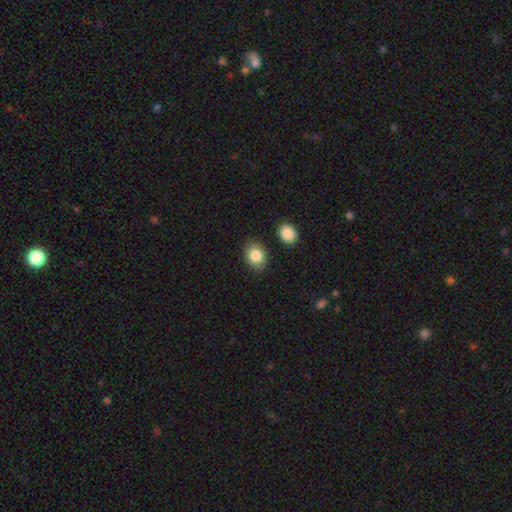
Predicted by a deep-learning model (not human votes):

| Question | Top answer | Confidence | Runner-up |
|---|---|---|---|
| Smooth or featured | smooth | 86% | star or artifact (8%) |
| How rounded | in between | 56% | round (43%) |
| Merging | none | 84% | minor disturbance (10%) |